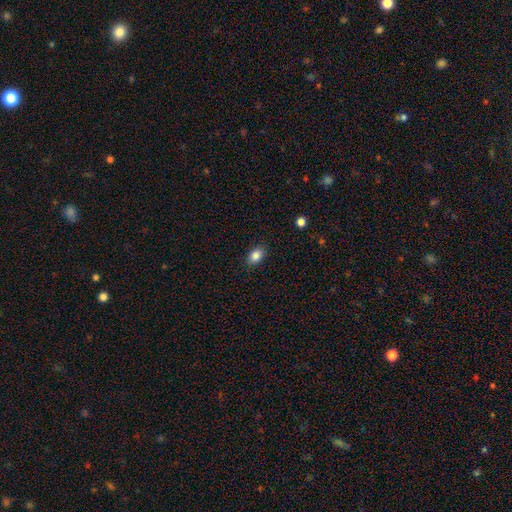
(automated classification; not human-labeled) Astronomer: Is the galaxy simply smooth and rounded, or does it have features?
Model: smooth — 85%.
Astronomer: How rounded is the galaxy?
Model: in between — 81%.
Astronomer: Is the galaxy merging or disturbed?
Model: none — 88%.